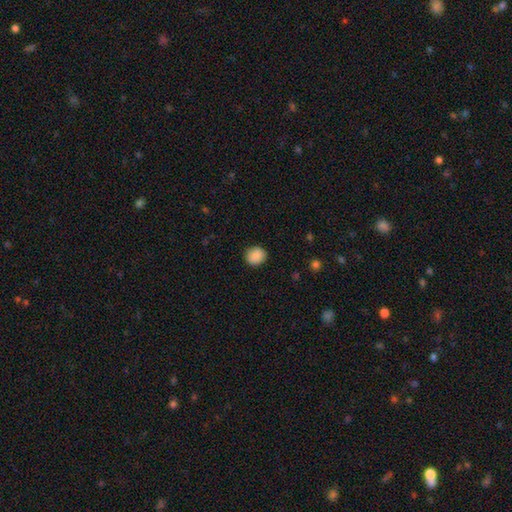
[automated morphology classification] type=smooth (89%); roundness=round (76%); merging=none (86%).